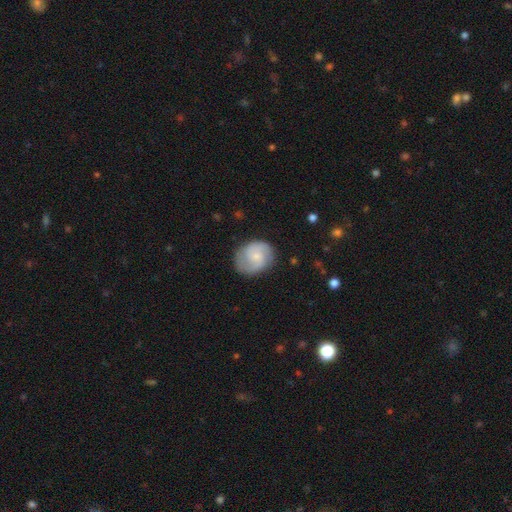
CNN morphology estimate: featured or disk 62%, smooth 32%, star or artifact 6%. Down the decision tree: edge-on disk — no (98%); bar — no (57%); spiral arms — yes (92%); spiral arm count — 2 (79%); spiral winding — medium (50%); bulge size — small (63%); merging — none (77%).